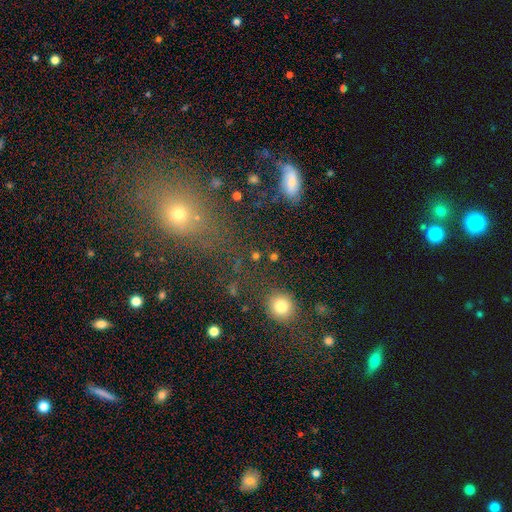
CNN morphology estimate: Smooth or featured? smooth (66%)
How rounded? round (75%)
Merging? none (72%)